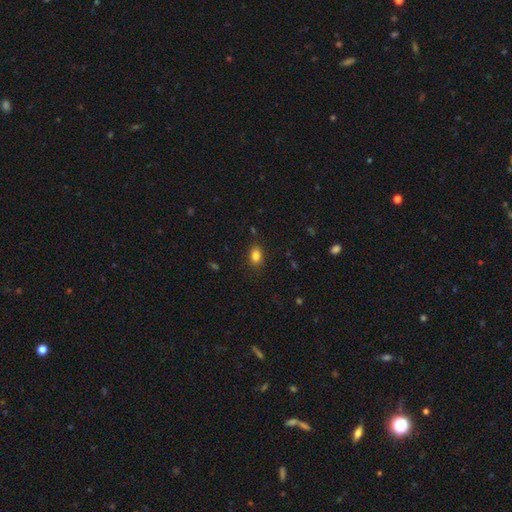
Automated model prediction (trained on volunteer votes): smooth-or-featured: smooth: 84% | star or artifact: 10% | featured or disk: 5%
  how-rounded: in between: 80% | round: 18% | cigar-shaped: 1%
  merging: none: 85% | minor disturbance: 11% | major disturbance: 3% | merger: 1%